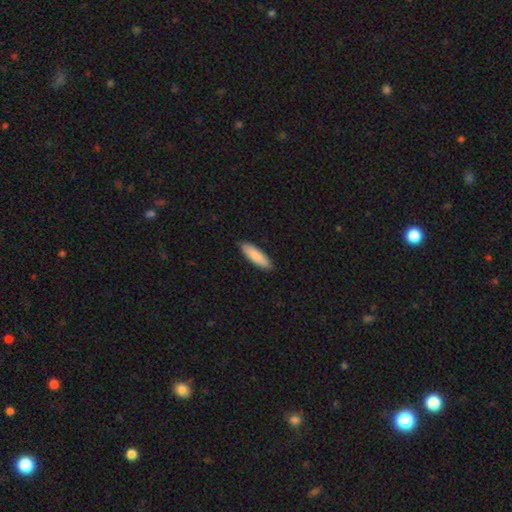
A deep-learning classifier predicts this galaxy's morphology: A smooth galaxy with no disk features (87%) that is cigar-shaped (56%). Merging: none (90%).